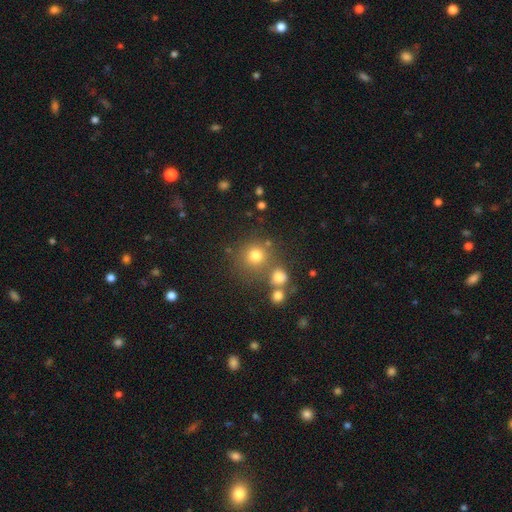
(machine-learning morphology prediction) type=smooth (75%); roundness=round (90%); merging=none (69%).